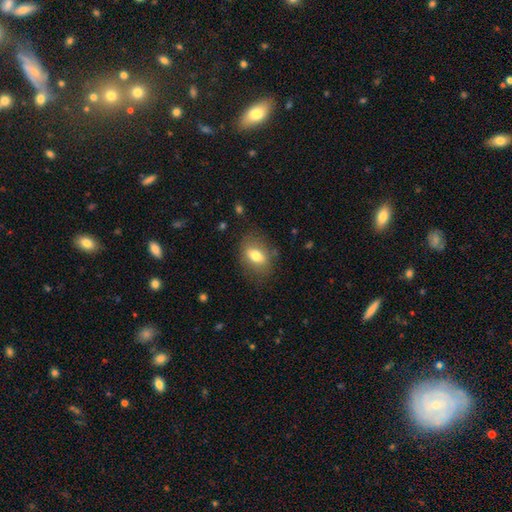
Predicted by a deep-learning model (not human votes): Smooth or featured: smooth — 72% (featured or disk — 20%)
How rounded: in between — 76% (round — 22%)
Merging: none — 77% (minor disturbance — 16%)